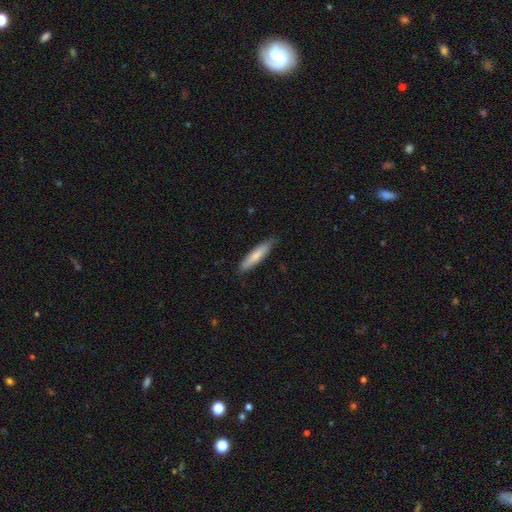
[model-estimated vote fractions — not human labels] A smooth galaxy with no disk features (76%) that is cigar-shaped (82%).

Vote fractions:
- Smooth or featured? smooth: 76% / featured or disk: 19% / star or artifact: 5%
- How rounded? cigar-shaped: 82% / in between: 17% / round: 1%
- Merging? none: 83% / minor disturbance: 14% / major disturbance: 2% / merger: 1%